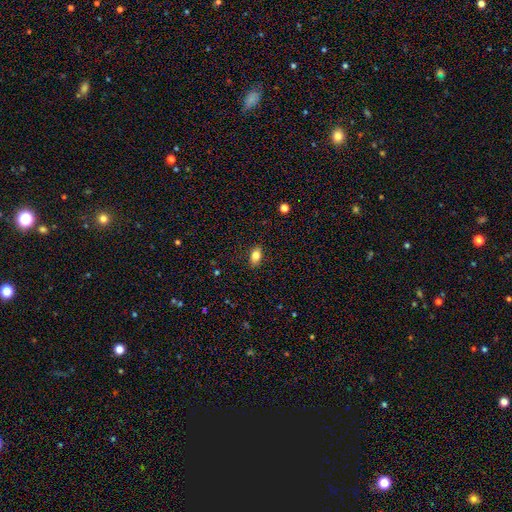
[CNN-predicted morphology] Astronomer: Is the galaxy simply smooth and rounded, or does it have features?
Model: smooth — 81%.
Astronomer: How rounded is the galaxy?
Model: in between — 84%.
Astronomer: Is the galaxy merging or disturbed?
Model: none — 87%.